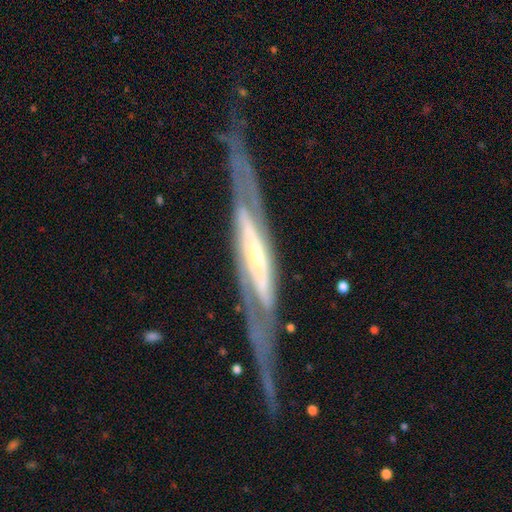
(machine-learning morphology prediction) A featured or disk galaxy (85%) viewed edge-on (56%).

Vote fractions:
- Smooth or featured? featured or disk: 85% / smooth: 10% / star or artifact: 5%
- Edge-on disk? yes: 56% / no: 44%
- Merging? none: 67% / minor disturbance: 19% / major disturbance: 13% / merger: 2%